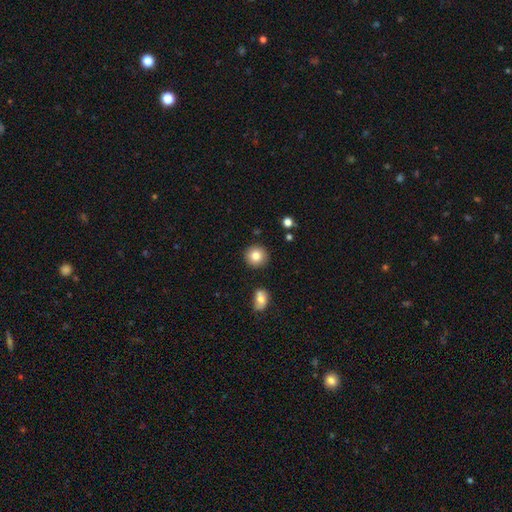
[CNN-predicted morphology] Q: Smooth or featured?
A: smooth (82%); runner-up: star or artifact (9%)
Q: How rounded?
A: round (92%); runner-up: in between (7%)
Q: Merging?
A: none (90%); runner-up: minor disturbance (6%)